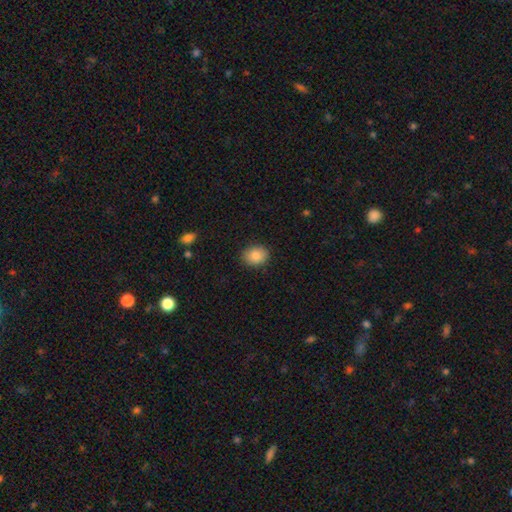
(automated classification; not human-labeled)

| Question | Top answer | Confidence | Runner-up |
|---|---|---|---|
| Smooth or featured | smooth | 86% | star or artifact (8%) |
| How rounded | round | 57% | in between (42%) |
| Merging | none | 89% | minor disturbance (8%) |